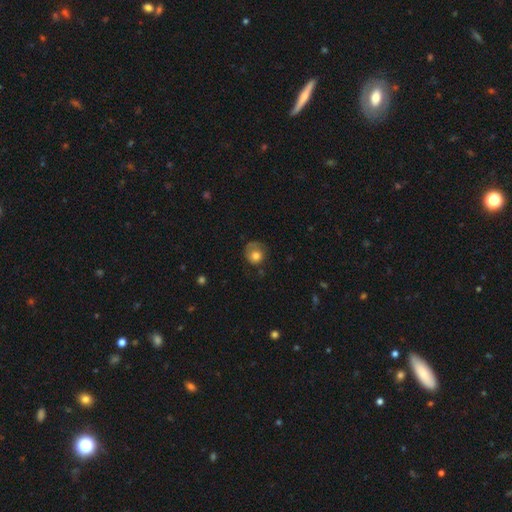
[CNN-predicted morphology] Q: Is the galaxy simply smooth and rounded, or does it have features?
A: smooth — 73%.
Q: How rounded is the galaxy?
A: round — 79%.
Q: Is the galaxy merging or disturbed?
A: none — 46%.